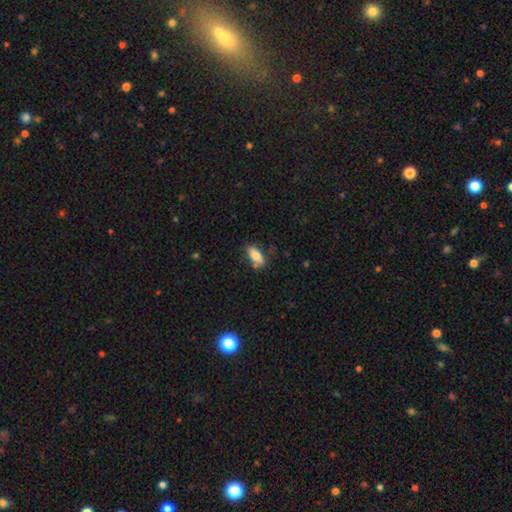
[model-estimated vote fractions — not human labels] A smooth galaxy with no disk features (76%) that is in between round and cigar-shaped (84%). Merging: none (68%).